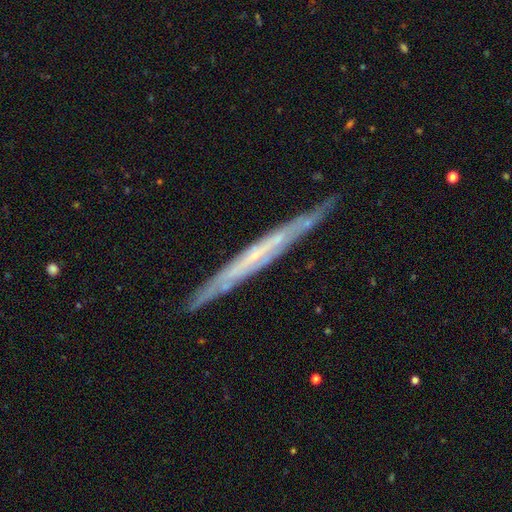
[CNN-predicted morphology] Q: Smooth or featured?
A: featured or disk (71%); runner-up: smooth (23%)
Q: Edge-on disk?
A: yes (90%); runner-up: no (10%)
Q: Edge-on bulge?
A: none (84%); runner-up: rounded (12%)
Q: Merging?
A: none (85%); runner-up: minor disturbance (12%)